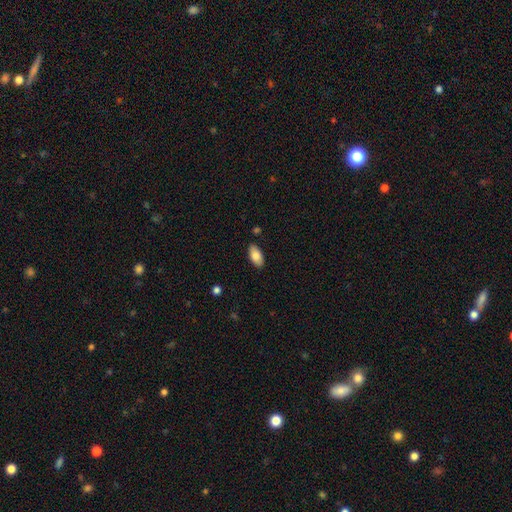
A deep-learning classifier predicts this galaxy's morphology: smooth-or-featured: smooth: 84% | featured or disk: 10% | star or artifact: 7%
  how-rounded: in between: 93% | cigar-shaped: 5% | round: 2%
  merging: none: 86% | minor disturbance: 10% | major disturbance: 2% | merger: 2%